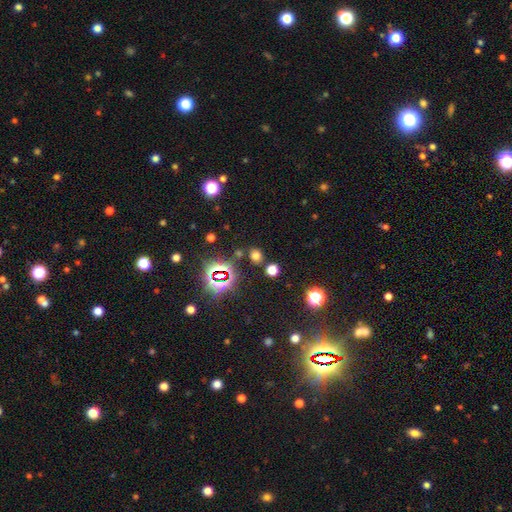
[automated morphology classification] Overall: smooth (60%; star or artifact 33%). How rounded: round (65%; in between 33%). Merging: none (80%).